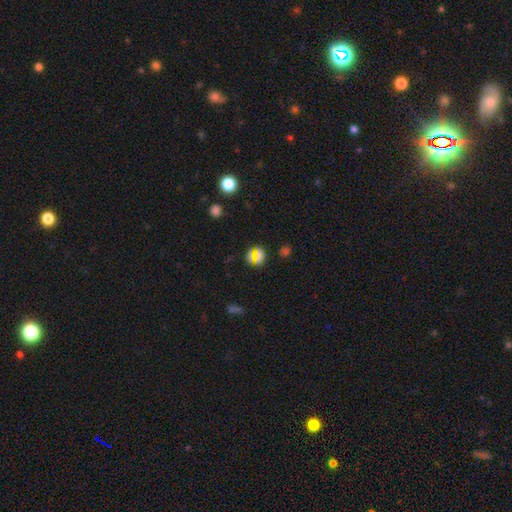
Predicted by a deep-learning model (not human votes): Morphology: type=smooth (54%); roundness=round (76%); merging=none (76%).